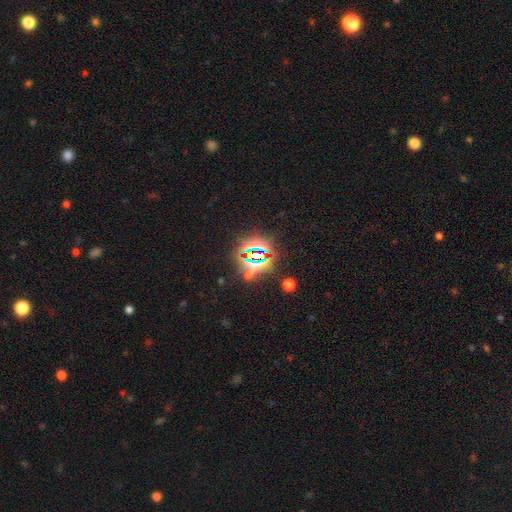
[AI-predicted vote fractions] Q: Smooth or featured?
A: star or artifact (79%); runner-up: smooth (12%)